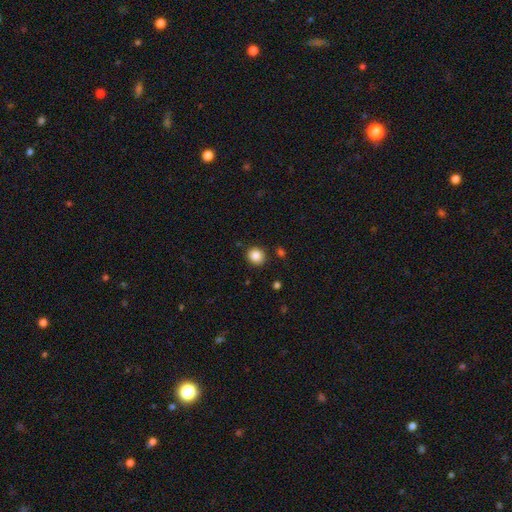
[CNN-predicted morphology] A smooth galaxy with no disk features (86%) that is round (84%).

Vote fractions:
- Smooth or featured? smooth: 86% / star or artifact: 10% / featured or disk: 4%
- How rounded? round: 84% / in between: 15% / cigar-shaped: 1%
- Merging? none: 88% / minor disturbance: 7% / merger: 2% / major disturbance: 2%